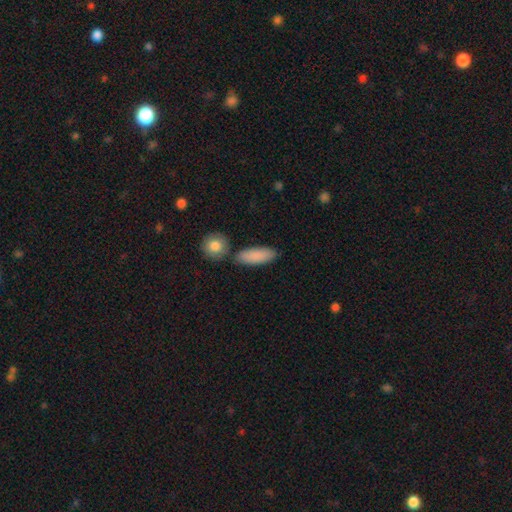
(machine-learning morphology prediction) smooth 88%, featured or disk 7%, star or artifact 6%. Down the decision tree: how rounded — in between (73%); merging — none (75%).